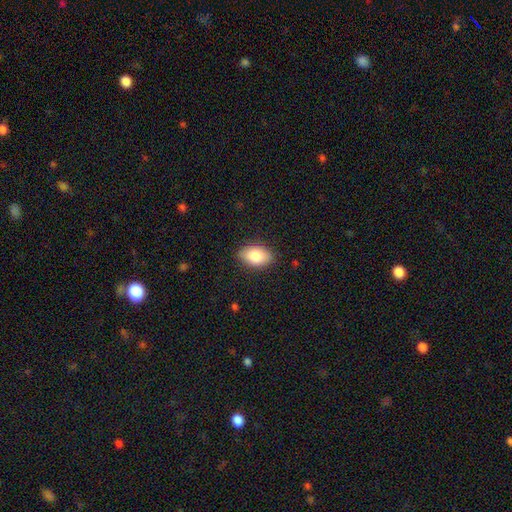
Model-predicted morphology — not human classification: Smooth or featured? Predicted: smooth (p=0.82). How rounded? Predicted: in between (p=0.90). Merging? Predicted: none (p=0.85).